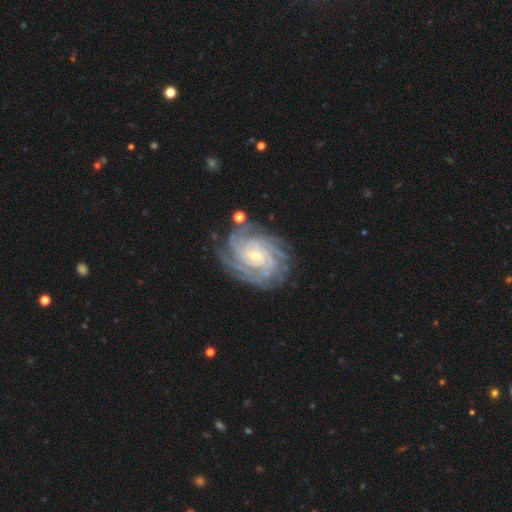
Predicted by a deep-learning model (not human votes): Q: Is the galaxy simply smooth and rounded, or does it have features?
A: featured or disk — 91%.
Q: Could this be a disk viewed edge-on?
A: no — 97%.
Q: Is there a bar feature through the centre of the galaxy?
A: no — 60%.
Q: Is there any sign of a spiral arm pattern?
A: yes — 98%.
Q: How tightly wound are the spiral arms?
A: tight — 82%.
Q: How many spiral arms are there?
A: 4 — 27%, tied with more than 4.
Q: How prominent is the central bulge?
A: small — 72%.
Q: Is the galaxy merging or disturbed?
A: none — 79%.